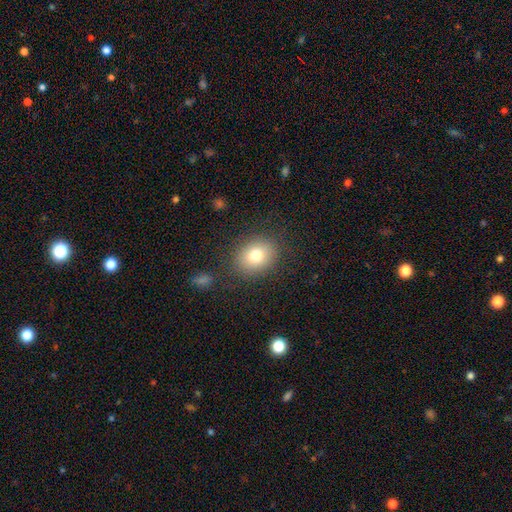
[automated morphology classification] Smooth or featured?
  - smooth: 78% *
  - featured or disk: 11%
  - star or artifact: 11%
How rounded?
  - round: 55% *
  - in between: 44%
  - cigar-shaped: 1%
Merging?
  - none: 84% *
  - minor disturbance: 10%
  - major disturbance: 4%
  - merger: 2%